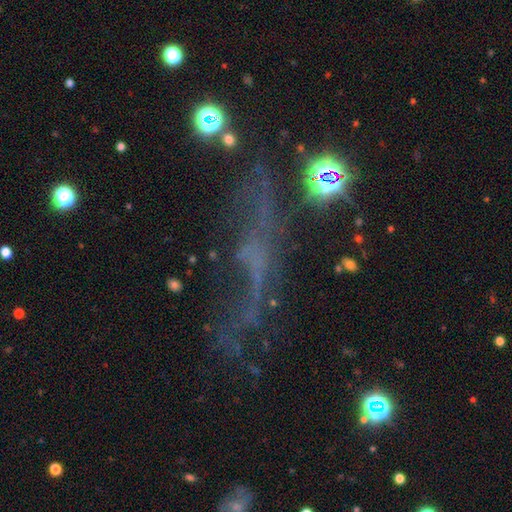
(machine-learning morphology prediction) Smooth or featured? featured or disk (45%)
Merging? none (43%)